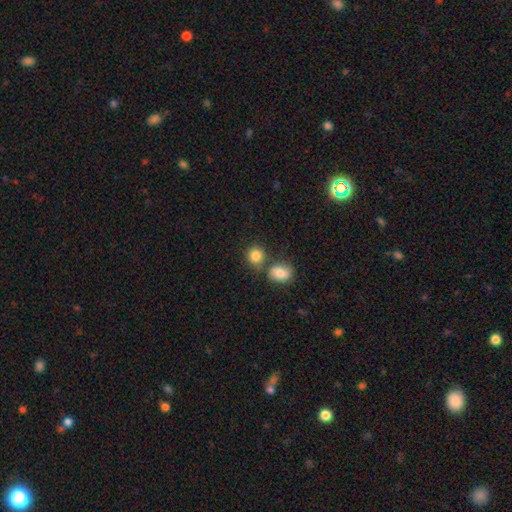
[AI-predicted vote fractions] smooth-or-featured: smooth: 84% | star or artifact: 10% | featured or disk: 6%
  how-rounded: round: 81% | in between: 18% | cigar-shaped: 1%
  merging: none: 61% | merger: 26% | minor disturbance: 10% | major disturbance: 3%